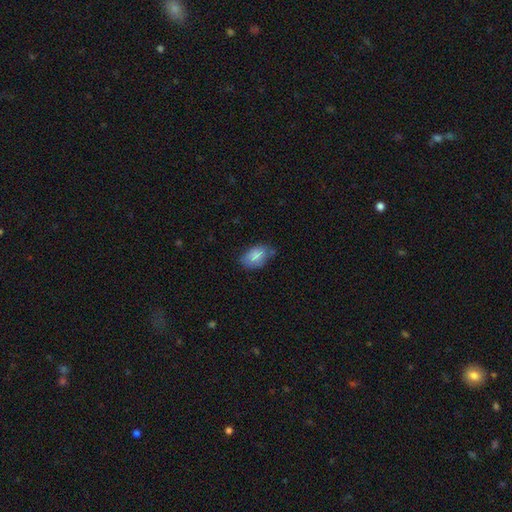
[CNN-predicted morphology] Smooth or featured?
  - smooth: 81% *
  - featured or disk: 11%
  - star or artifact: 7%
How rounded?
  - in between: 91% *
  - round: 8%
  - cigar-shaped: 2%
Merging?
  - none: 61% *
  - minor disturbance: 30%
  - major disturbance: 6%
  - merger: 3%